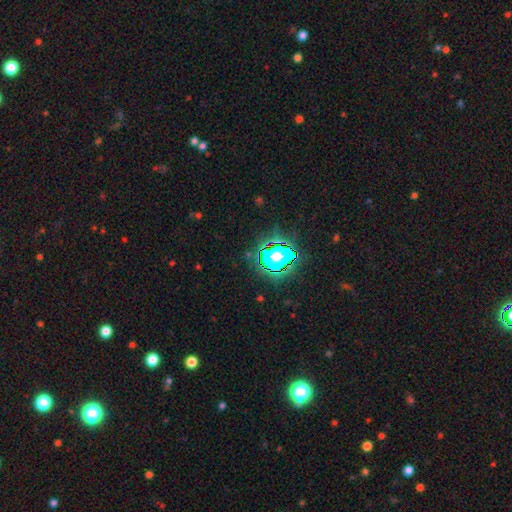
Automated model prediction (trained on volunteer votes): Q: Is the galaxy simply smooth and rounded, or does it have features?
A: star or artifact — 81%.